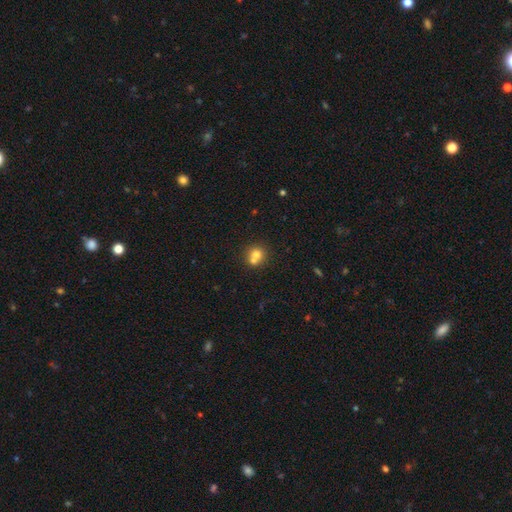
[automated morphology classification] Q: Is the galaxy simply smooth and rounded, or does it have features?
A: smooth — 71%.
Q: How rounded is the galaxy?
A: round — 83%.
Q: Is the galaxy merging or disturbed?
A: merger — 51%.